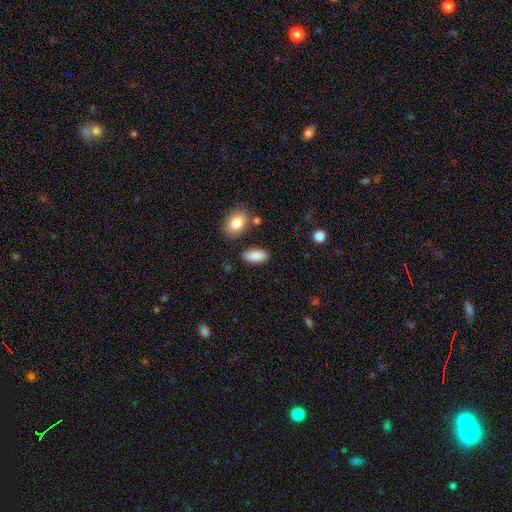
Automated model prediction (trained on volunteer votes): This is clearly a smooth galaxy (89%). How rounded: clearly in between (90%). Merging: clearly none (84%).